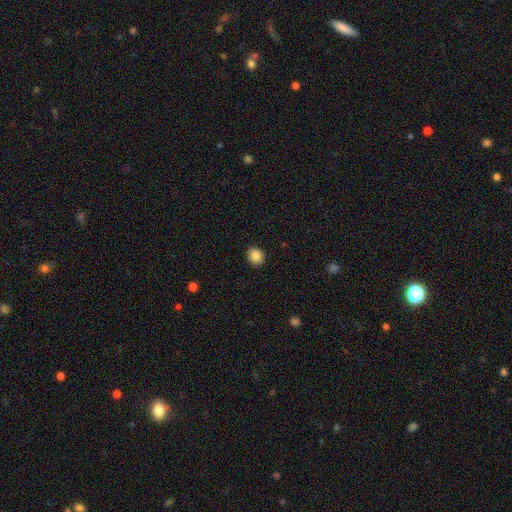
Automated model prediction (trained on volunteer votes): Morphology: type=smooth (85%); roundness=round (76%); merging=none (91%).